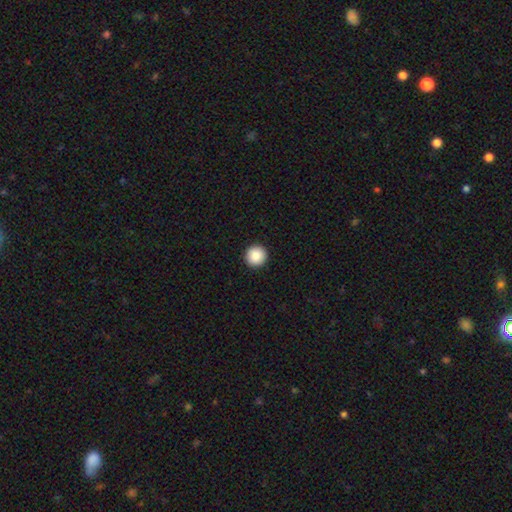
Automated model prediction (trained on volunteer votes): Smooth or featured?
  - smooth: 89% *
  - star or artifact: 8%
  - featured or disk: 3%
How rounded?
  - round: 96% *
  - in between: 3%
  - cigar-shaped: 1%
Merging?
  - none: 94% *
  - minor disturbance: 4%
  - major disturbance: 1%
  - merger: 1%